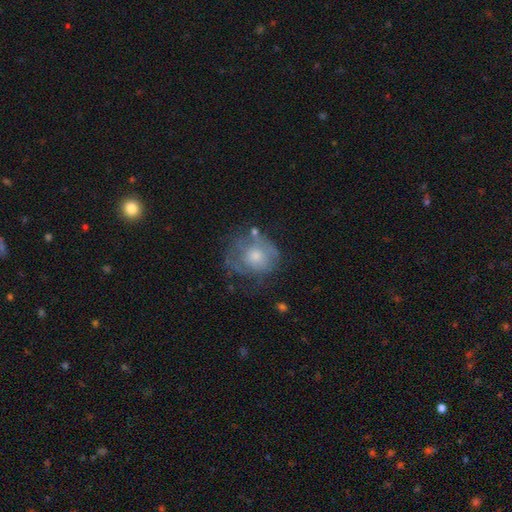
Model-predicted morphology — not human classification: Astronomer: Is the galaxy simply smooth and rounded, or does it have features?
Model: featured or disk — 50% (runner-up: smooth, 40%).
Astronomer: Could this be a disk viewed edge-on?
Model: no — 97%.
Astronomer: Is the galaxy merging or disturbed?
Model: none — 51%.